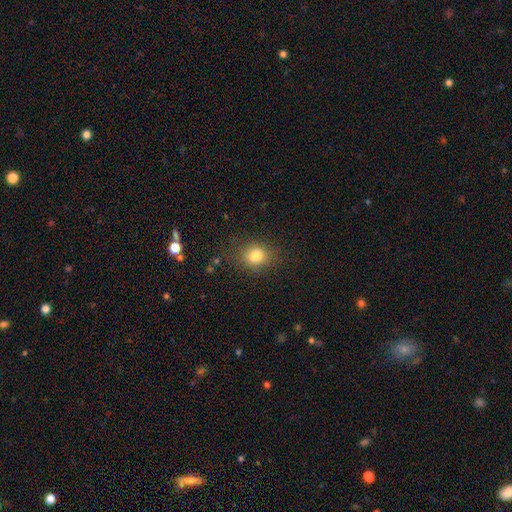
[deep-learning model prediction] Morphology: type=smooth (80%); roundness=round (52%); merging=none (75%).